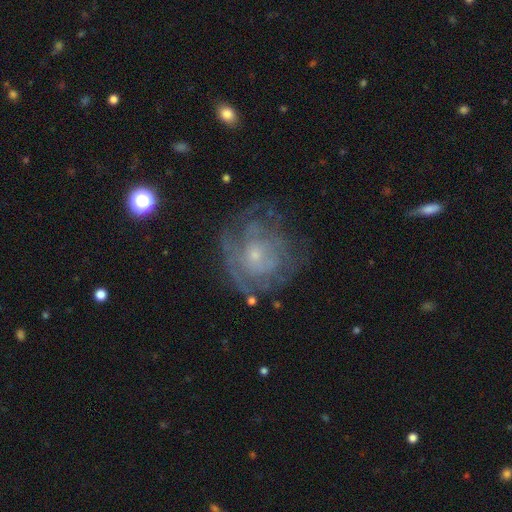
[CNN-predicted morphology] This is likely a featured or disk galaxy (70%). It is clearly not viewed edge-on (97%). Bar: clearly no (81%). Spiral arm pattern: likely yes (64%). Central bulge: likely small (77%). Merging: likely none (63%).